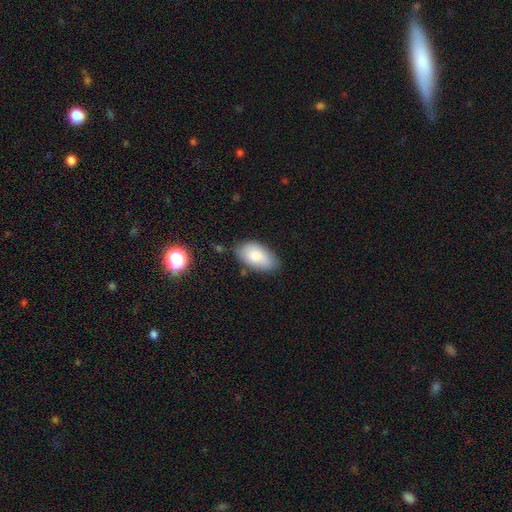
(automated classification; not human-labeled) Smooth or featured? smooth (79%)
How rounded? in between (94%)
Merging? none (73%)